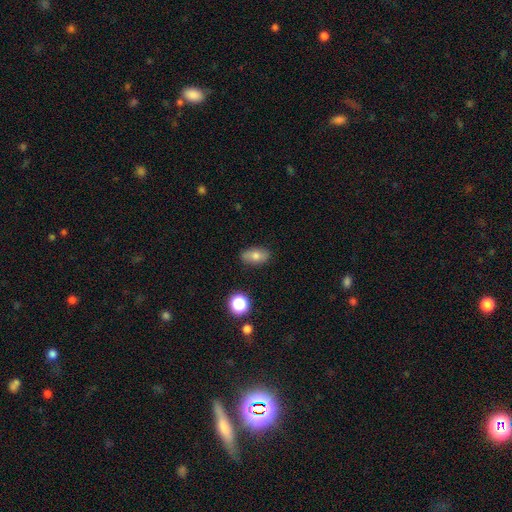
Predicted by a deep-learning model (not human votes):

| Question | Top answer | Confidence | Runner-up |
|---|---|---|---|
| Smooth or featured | smooth | 74% | featured or disk (16%) |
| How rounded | in between | 88% | round (9%) |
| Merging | none | 83% | minor disturbance (13%) |